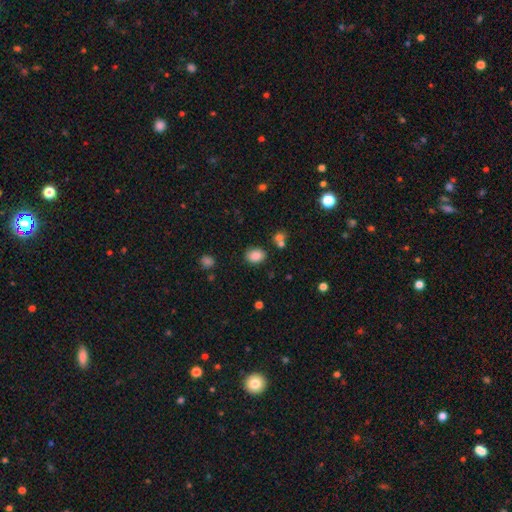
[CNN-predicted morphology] Smooth or featured? smooth (85%)
How rounded? in between (63%)
Merging? none (81%)